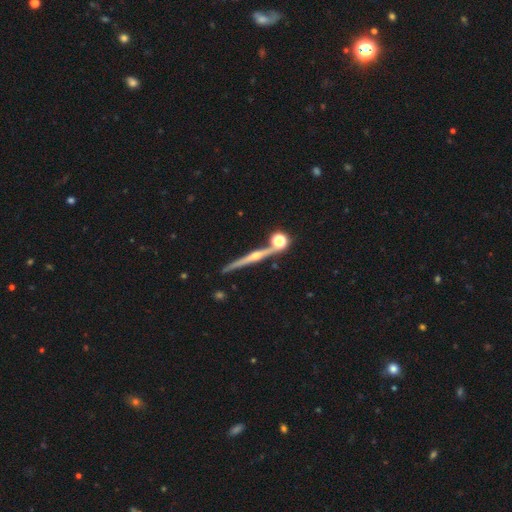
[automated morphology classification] This appears to be a featured or disk galaxy (78%) viewed edge-on (97%) with a rounded central bulge (83%). Merging: none (81%).